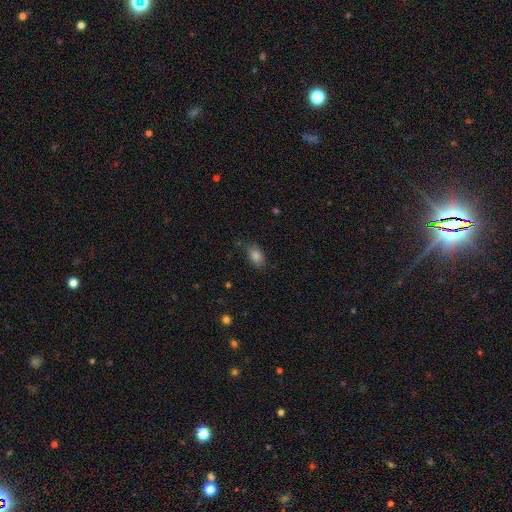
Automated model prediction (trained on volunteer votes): A smooth galaxy with no disk features (83%) that is in between round and cigar-shaped (86%).

Vote fractions:
- Smooth or featured? smooth: 83% / star or artifact: 10% / featured or disk: 7%
- How rounded? in between: 86% / round: 12% / cigar-shaped: 2%
- Merging? none: 76% / minor disturbance: 18% / major disturbance: 4% / merger: 2%